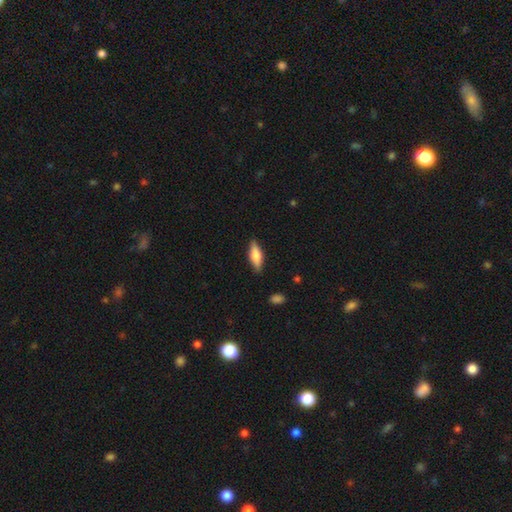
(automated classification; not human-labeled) A smooth galaxy with no disk features (61%) that is in between round and cigar-shaped (55%). Merging: none (85%).